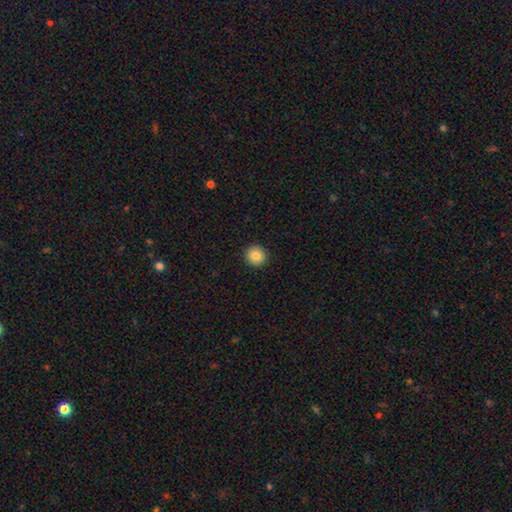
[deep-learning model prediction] Overall: smooth (85%). How rounded: round (94%). Merging: none (93%).